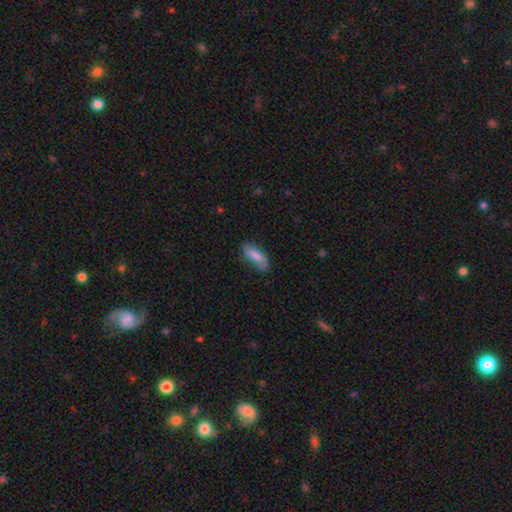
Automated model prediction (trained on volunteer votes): smooth-or-featured: smooth: 80% | featured or disk: 13% | star or artifact: 7%
  how-rounded: in between: 63% | cigar-shaped: 35% | round: 2%
  merging: none: 65% | minor disturbance: 26% | major disturbance: 7% | merger: 2%